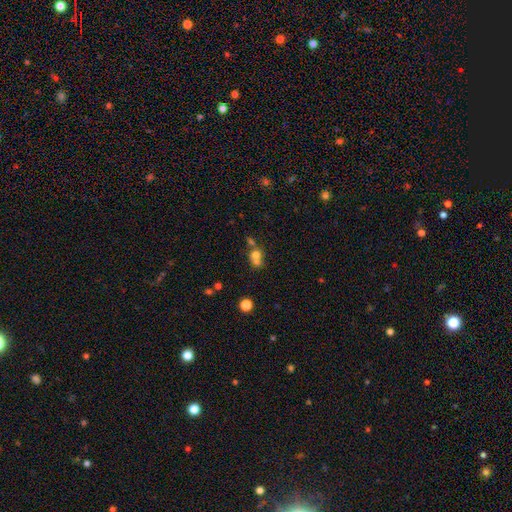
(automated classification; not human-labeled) The model was most divided on "merging": merger: 59%, none: 29%, minor disturbance: 7%, major disturbance: 5%. More confident: how rounded — round (70%); smooth or featured — smooth (65%).